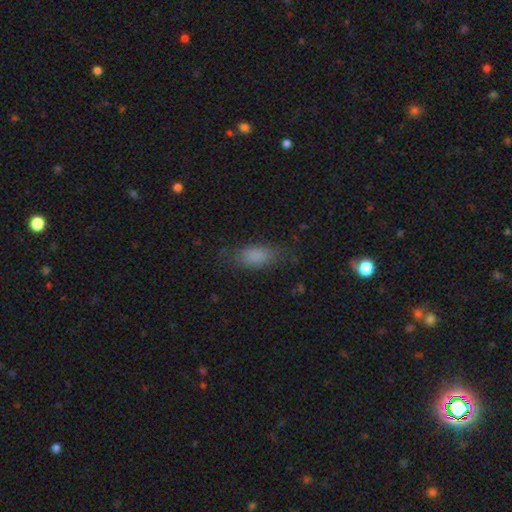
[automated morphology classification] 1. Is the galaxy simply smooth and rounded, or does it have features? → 84% smooth, 9% star or artifact, 7% featured or disk.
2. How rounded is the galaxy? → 85% in between, 11% cigar-shaped, 4% round.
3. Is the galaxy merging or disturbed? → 73% none, 18% minor disturbance, 7% major disturbance, 1% merger.